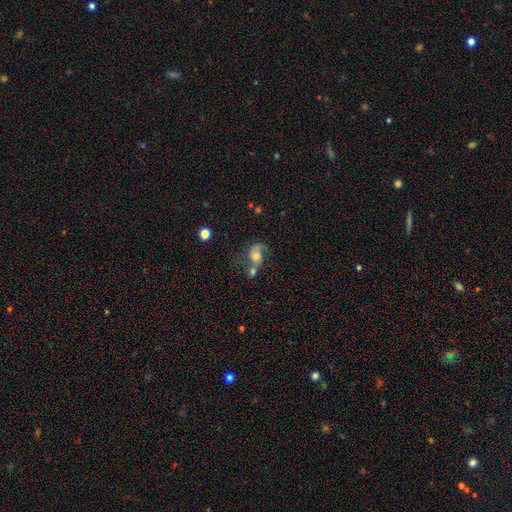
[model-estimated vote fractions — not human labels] A featured or disk galaxy (57%) with no bar (73%), spiral arms (81%) and a moderate central bulge (55%).

Vote fractions:
- Smooth or featured? featured or disk: 57% / smooth: 32% / star or artifact: 11%
- Edge-on disk? no: 96% / yes: 4%
- Bar? no: 73% / weak: 22% / strong: 5%
- Spiral arms? yes: 81% / no: 19%
- Bulge size? moderate: 55% / small: 24% / large: 13% / none: 5% / dominant: 2%
- Merging? merger: 40% / none: 26% / major disturbance: 20% / minor disturbance: 15%